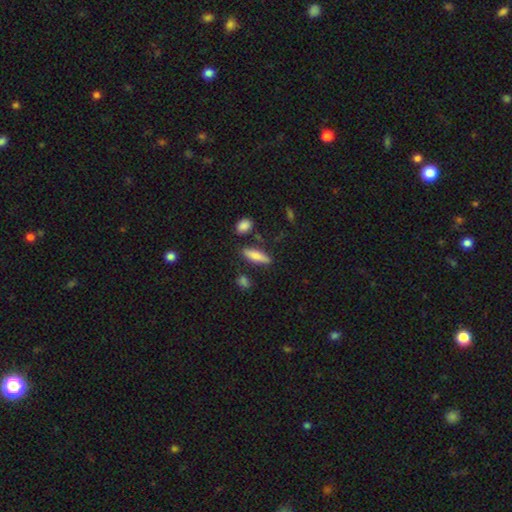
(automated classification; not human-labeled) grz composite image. It shows a smooth galaxy with no disk features (73%) that is cigar-shaped (61%). Merging: none (79%).